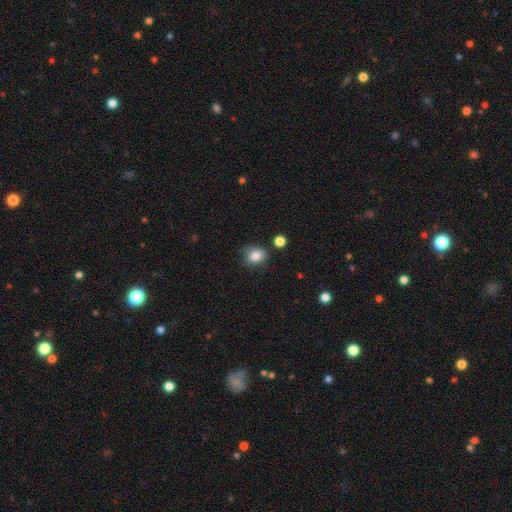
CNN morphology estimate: Smooth or featured? Predicted: smooth (p=0.82). How rounded? Predicted: round (p=0.52). Merging? Predicted: none (p=0.62).